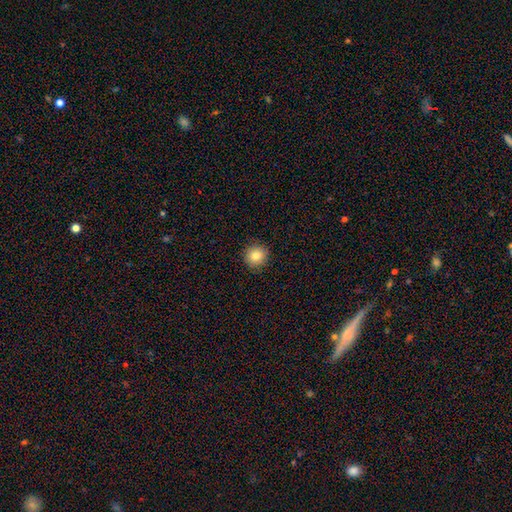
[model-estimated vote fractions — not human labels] Overall: smooth (82%). How rounded: round (93%). Merging: none (91%).